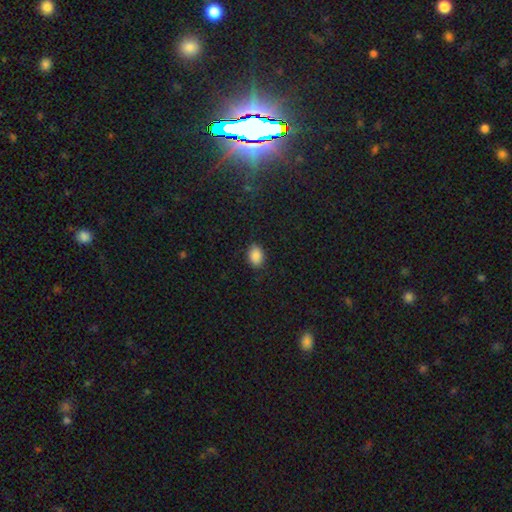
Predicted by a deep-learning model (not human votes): Overall: smooth (87%). How rounded: in between (76%). Merging: none (84%).